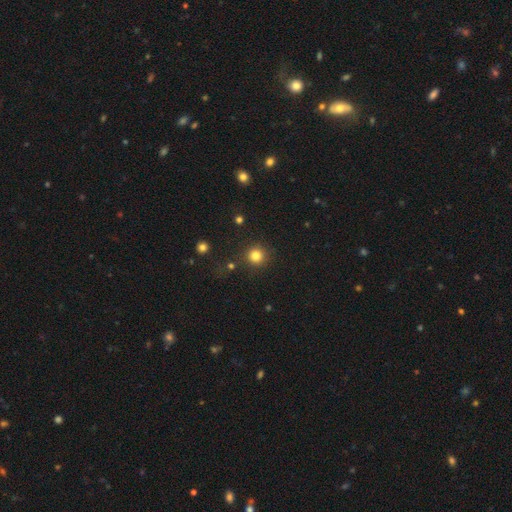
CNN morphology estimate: A smooth galaxy with no disk features (82%) that is round (94%).

Vote fractions:
- Smooth or featured? smooth: 82% / star or artifact: 13% / featured or disk: 5%
- How rounded? round: 94% / in between: 5% / cigar-shaped: 1%
- Merging? none: 88% / minor disturbance: 7% / merger: 3% / major disturbance: 3%